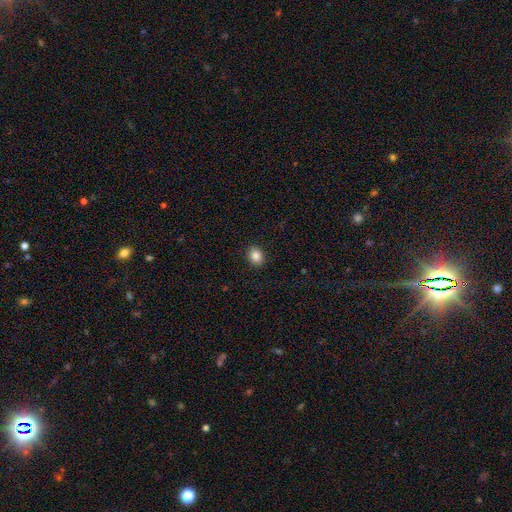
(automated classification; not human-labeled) This is clearly a smooth galaxy (86%). How rounded: possibly in between (57%). Merging: clearly none (91%).